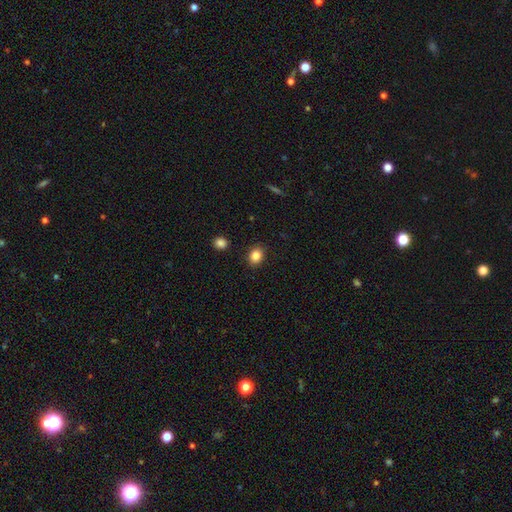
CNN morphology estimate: The model was most divided on "how rounded": round: 50%, in between: 49%, cigar-shaped: 1%. More confident: merging — none (89%); smooth or featured — smooth (85%).